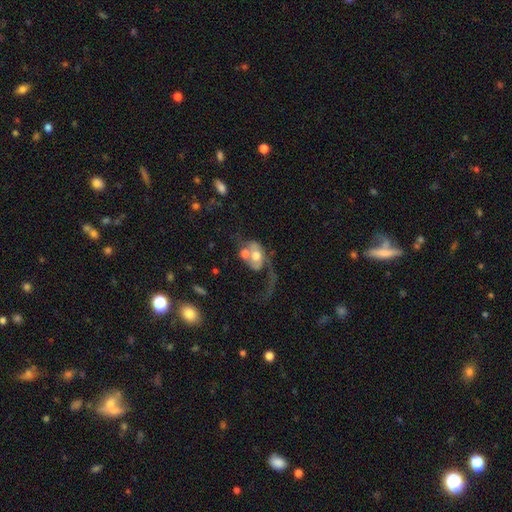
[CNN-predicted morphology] Smooth or featured? featured or disk (64%)
Edge-on disk? no (95%)
Bar? no (70%)
Spiral arms? yes (76%)
Bulge size? moderate (56%)
Merging? merger (37%)